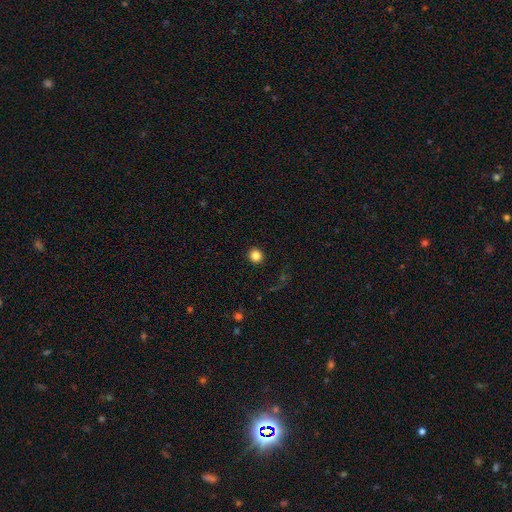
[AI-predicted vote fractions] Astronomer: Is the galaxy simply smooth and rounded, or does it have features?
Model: smooth — 84%.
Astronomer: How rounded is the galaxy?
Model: round — 89%.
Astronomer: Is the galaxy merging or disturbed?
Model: none — 92%.